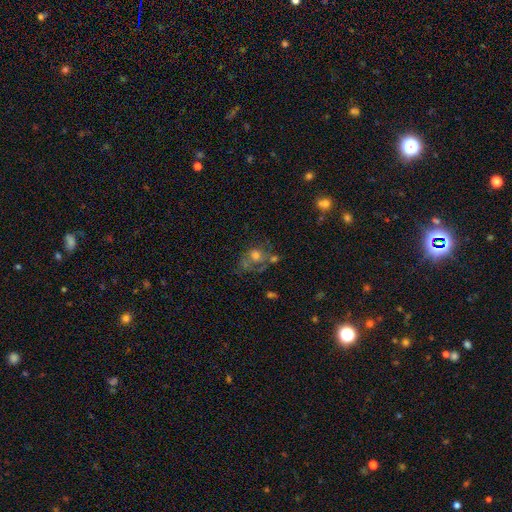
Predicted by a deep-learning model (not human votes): Smooth or featured? featured or disk (41%)
Merging? none (38%)